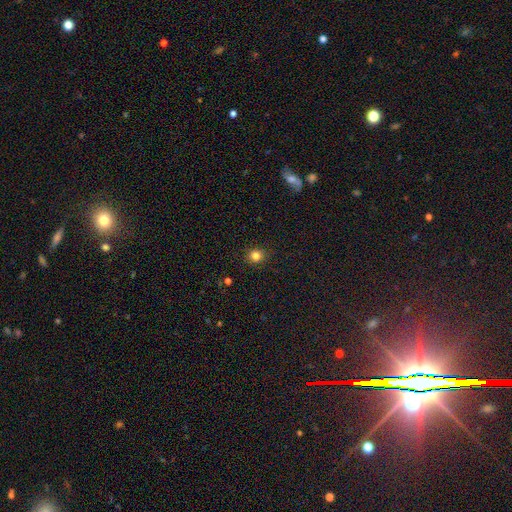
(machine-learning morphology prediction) Smooth or featured?
  - smooth: 82% *
  - star or artifact: 13%
  - featured or disk: 5%
How rounded?
  - round: 88% *
  - in between: 11%
  - cigar-shaped: 1%
Merging?
  - none: 91% *
  - minor disturbance: 6%
  - major disturbance: 2%
  - merger: 1%